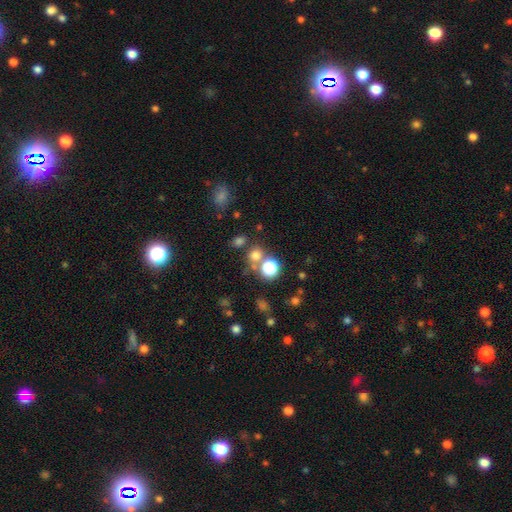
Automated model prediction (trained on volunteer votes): This appears to be a smooth galaxy with no disk features (70%) that is round (80%). Merging: none (66%).